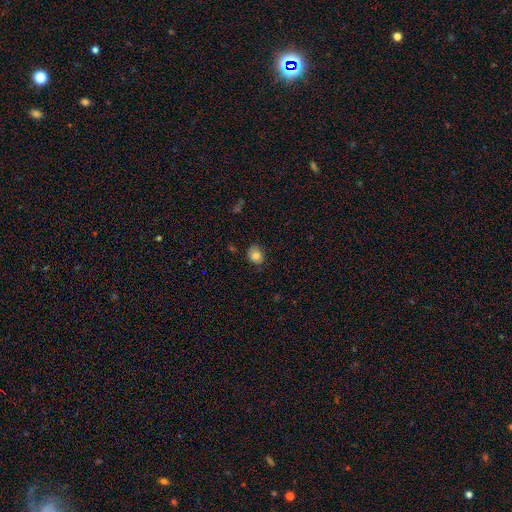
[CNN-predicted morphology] Smooth or featured? Predicted: smooth (p=0.81). How rounded? Predicted: round (p=0.63). Merging? Predicted: none (p=0.76).